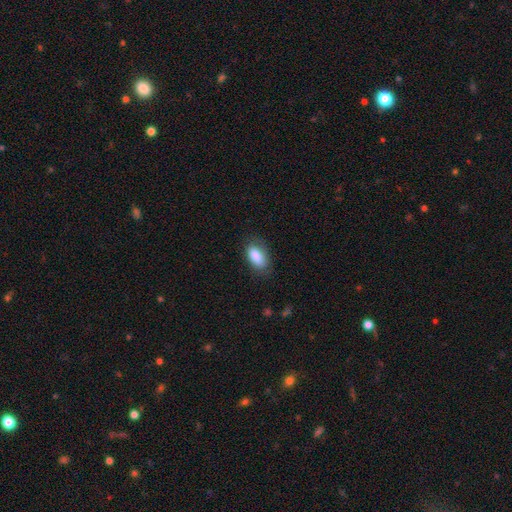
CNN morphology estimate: smooth 86%, featured or disk 7%, star or artifact 7%. Down the decision tree: how rounded — in between (90%); merging — none (75%).